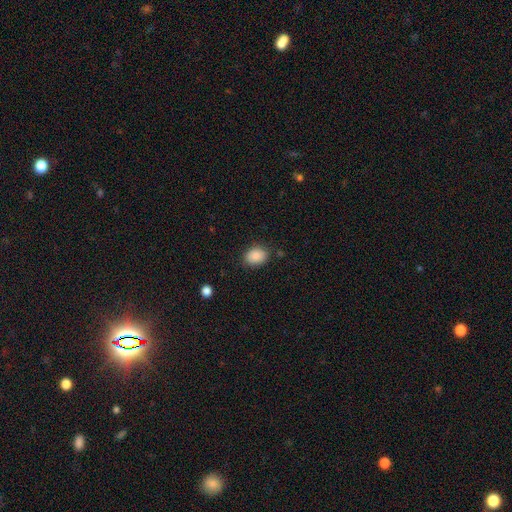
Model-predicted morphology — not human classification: Smooth or featured?
  - smooth: 87% *
  - star or artifact: 8%
  - featured or disk: 5%
How rounded?
  - in between: 69% *
  - round: 30%
  - cigar-shaped: 1%
Merging?
  - none: 84% *
  - minor disturbance: 12%
  - major disturbance: 3%
  - merger: 2%